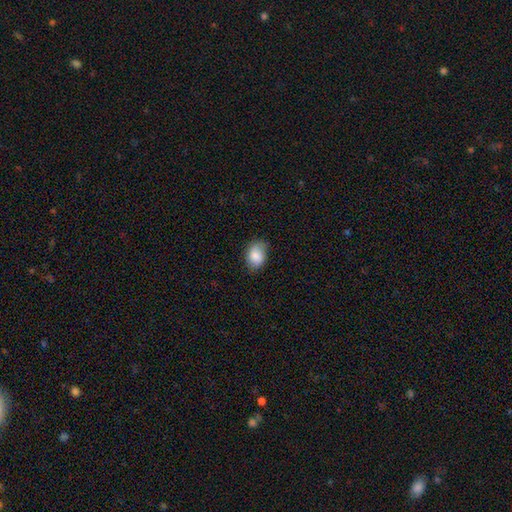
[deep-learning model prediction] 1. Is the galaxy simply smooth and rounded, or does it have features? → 82% smooth, 11% featured or disk, 7% star or artifact.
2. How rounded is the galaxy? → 81% in between, 18% round, 1% cigar-shaped.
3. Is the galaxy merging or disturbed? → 71% none, 23% minor disturbance, 5% major disturbance, 1% merger.